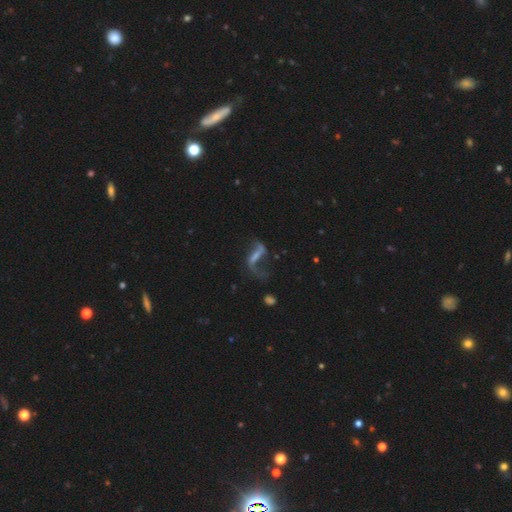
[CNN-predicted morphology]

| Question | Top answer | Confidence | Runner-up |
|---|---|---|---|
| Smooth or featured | featured or disk | 79% | smooth (11%) |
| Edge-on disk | no | 92% | yes (8%) |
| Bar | strong | 44% | weak (35%) |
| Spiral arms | yes | 87% | no (13%) |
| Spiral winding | loose | 89% | medium (9%) |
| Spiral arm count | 2 | 83% | 1 (11%) |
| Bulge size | none | 46% | small (36%) |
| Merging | none | 53% | major disturbance (24%) |